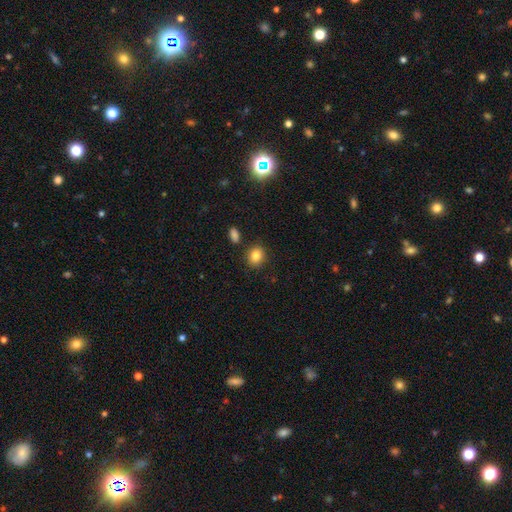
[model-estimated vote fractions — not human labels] Morphology: type=smooth (85%); roundness=round (68%); merging=none (84%).